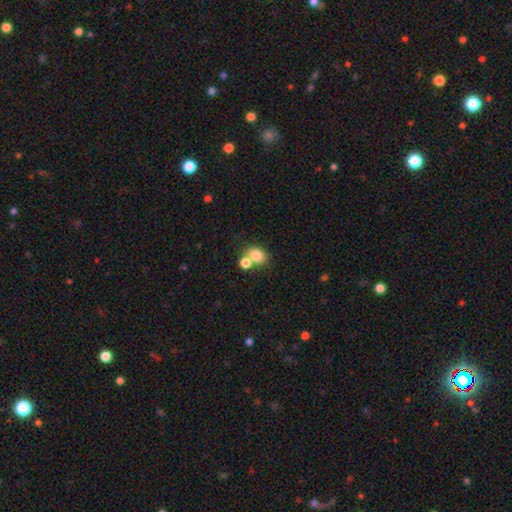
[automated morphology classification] A smooth galaxy with no disk features (80%) that is in between round and cigar-shaped (50%). Merging: none (48%).